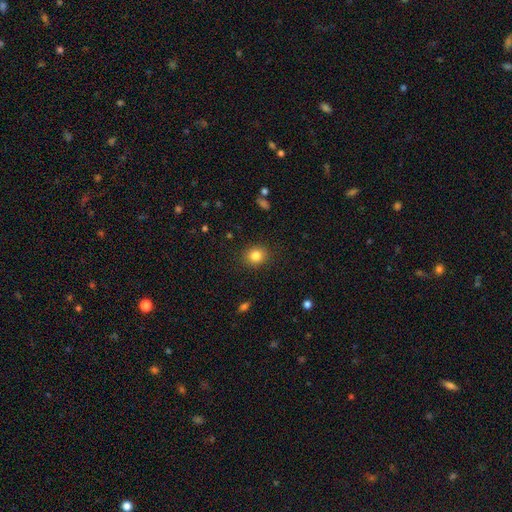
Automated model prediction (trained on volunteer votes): smooth 83%, star or artifact 11%, featured or disk 6%. Down the decision tree: how rounded — round (71%); merging — none (89%).